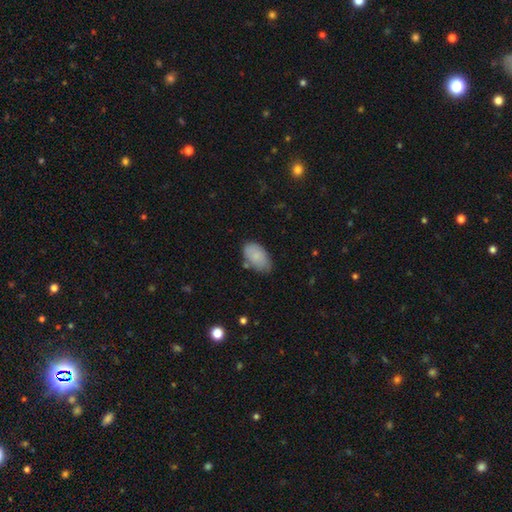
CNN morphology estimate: Smooth or featured? Predicted: smooth (p=0.84). How rounded? Predicted: in between (p=0.94). Merging? Predicted: none (p=0.66).